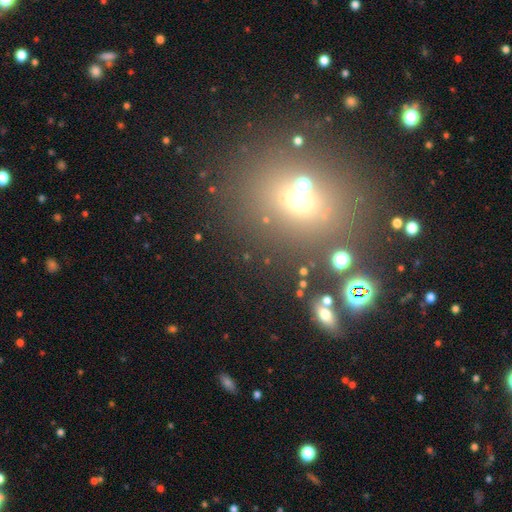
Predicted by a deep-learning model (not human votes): Smooth or featured? Predicted: star or artifact (p=0.46).